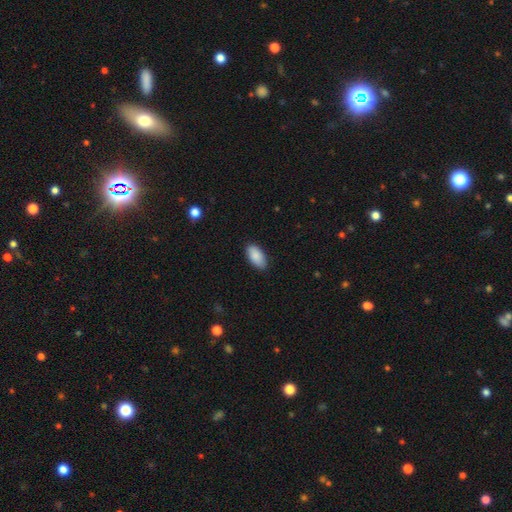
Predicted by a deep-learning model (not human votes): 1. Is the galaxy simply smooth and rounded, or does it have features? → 88% smooth, 6% star or artifact, 6% featured or disk.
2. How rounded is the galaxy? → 94% in between, 4% cigar-shaped, 2% round.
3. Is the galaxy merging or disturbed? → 87% none, 10% minor disturbance, 2% major disturbance, 1% merger.